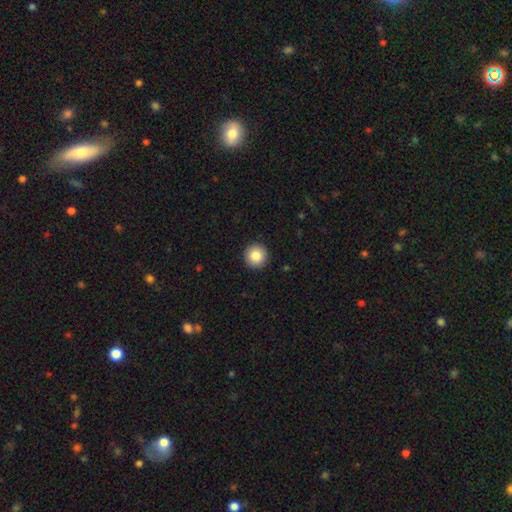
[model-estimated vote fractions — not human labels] A smooth galaxy with no disk features (84%) that is round (96%). Merging: none (93%).